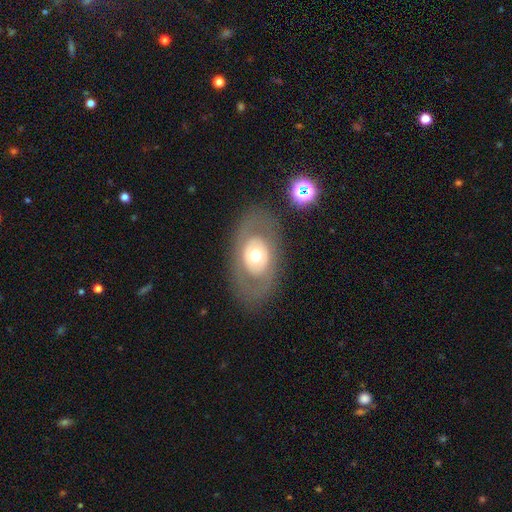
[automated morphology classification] Smooth or featured? featured or disk (51%)
Edge-on disk? no (89%)
Merging? none (81%)